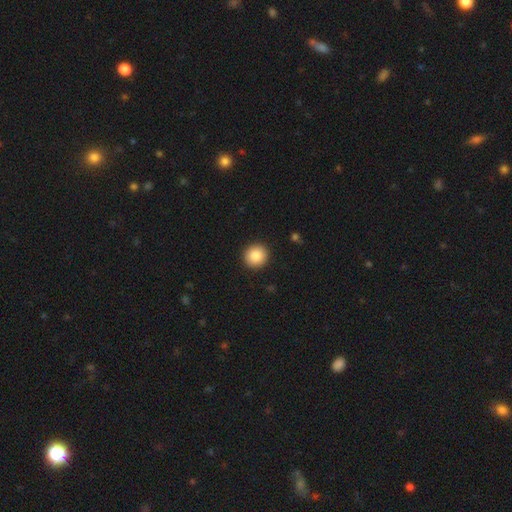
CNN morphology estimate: Q: Smooth or featured?
A: smooth (88%); runner-up: star or artifact (8%)
Q: How rounded?
A: round (93%); runner-up: in between (6%)
Q: Merging?
A: none (92%); runner-up: minor disturbance (5%)